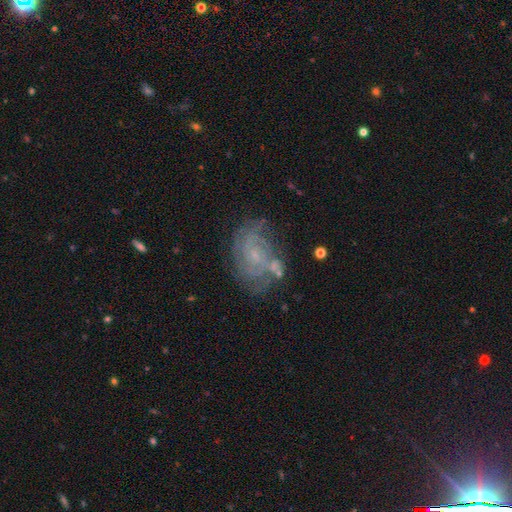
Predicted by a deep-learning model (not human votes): Overall: featured or disk (72%). Edge-on disk: no (97%). Bar: no (70%). Spiral arms: yes (81%). Spiral arm count: can't tell (47%; 2 20%). Spiral winding: tight (52%; medium 34%). Bulge size: small (73%). Merging: none (60%).